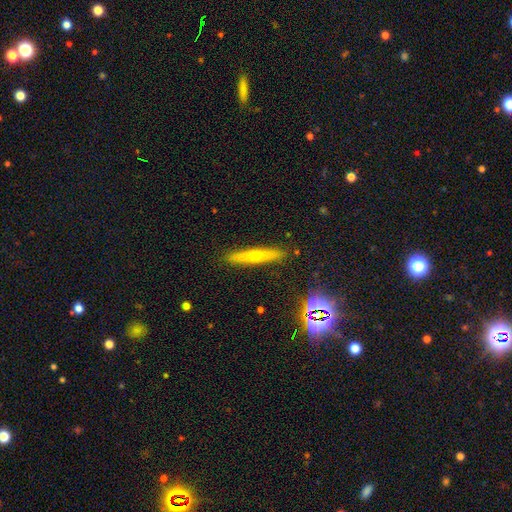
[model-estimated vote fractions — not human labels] This is possibly a featured or disk galaxy (52%). It is clearly viewed edge-on (95%). Merging: clearly none (90%).